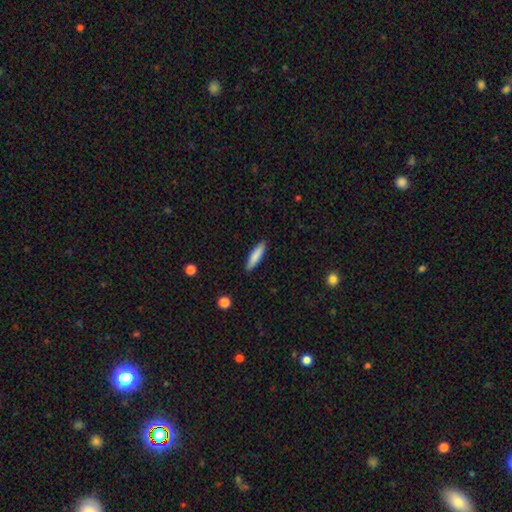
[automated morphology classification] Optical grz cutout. It shows a smooth galaxy with no disk features (83%) that is cigar-shaped (78%). Merging: none (90%).